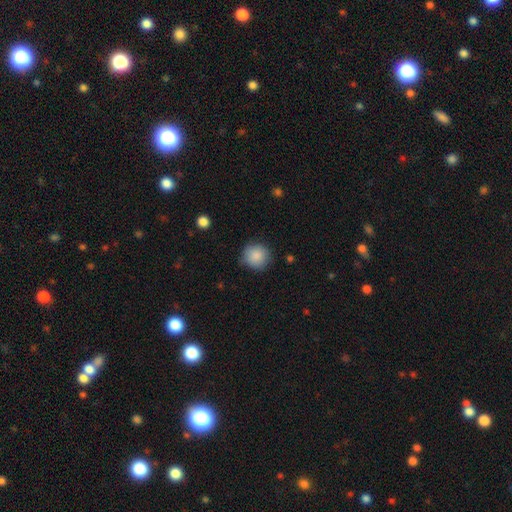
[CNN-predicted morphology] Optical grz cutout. It shows a smooth galaxy with no disk features (88%) that is round (91%). Merging: none (82%).